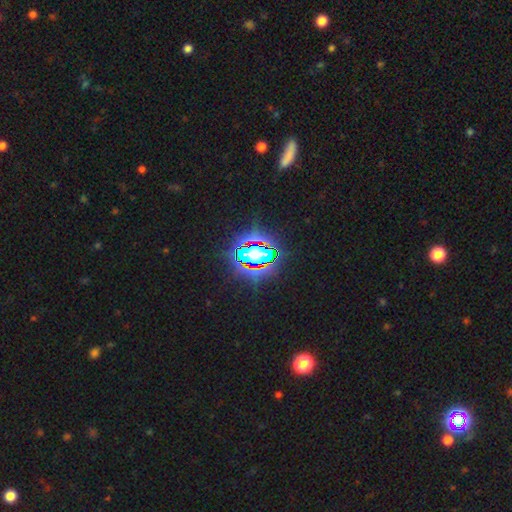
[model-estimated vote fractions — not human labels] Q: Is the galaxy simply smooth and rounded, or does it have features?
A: star or artifact — 73%.